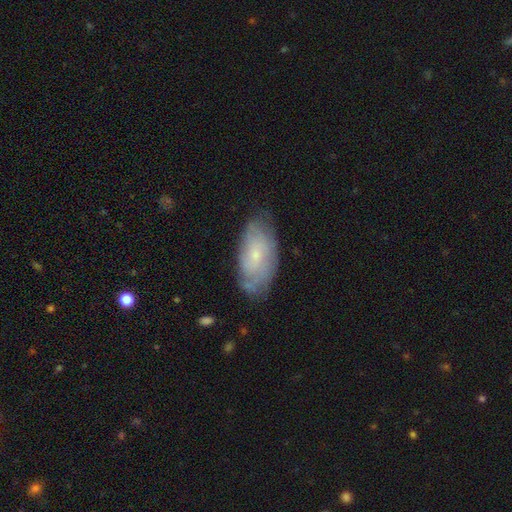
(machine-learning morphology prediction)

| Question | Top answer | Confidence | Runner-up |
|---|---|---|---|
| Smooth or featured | featured or disk | 50% | smooth (43%) |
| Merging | none | 69% | minor disturbance (23%) |